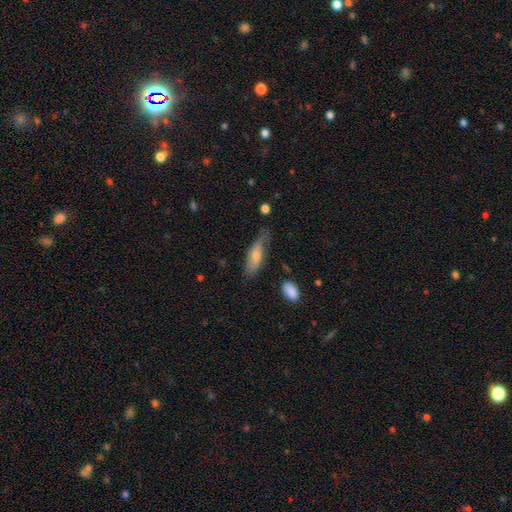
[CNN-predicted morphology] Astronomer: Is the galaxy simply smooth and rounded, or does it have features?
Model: smooth — 68%.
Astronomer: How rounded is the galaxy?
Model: in between — 55% (runner-up: cigar-shaped, 43%).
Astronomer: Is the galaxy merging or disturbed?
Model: none — 57%.